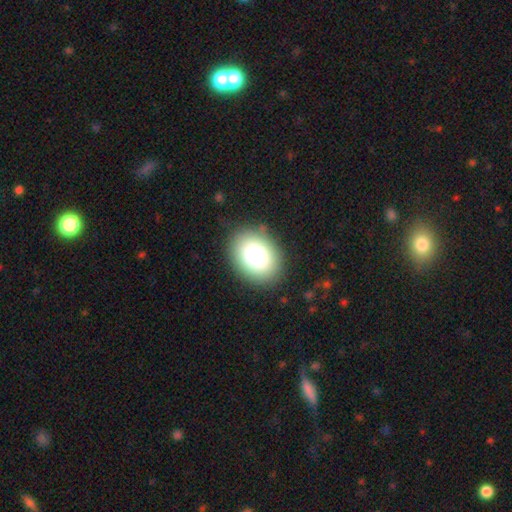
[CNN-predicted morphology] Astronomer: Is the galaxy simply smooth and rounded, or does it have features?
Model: smooth — 83%.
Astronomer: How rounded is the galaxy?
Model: in between — 65%.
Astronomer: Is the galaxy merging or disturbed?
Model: none — 86%.